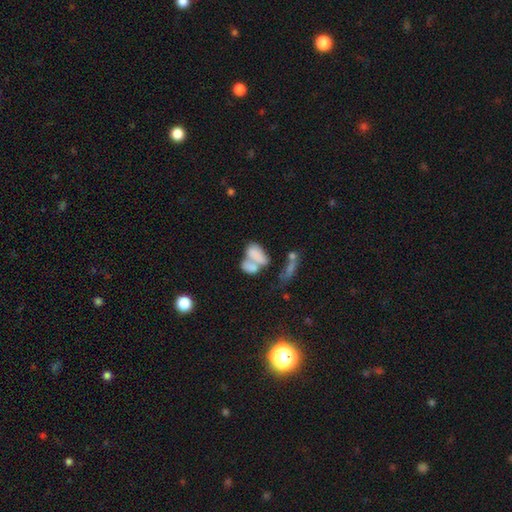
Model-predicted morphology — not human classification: This appears to be a smooth galaxy with no disk features (68%) that is in between round and cigar-shaped (87%). Merging: merger (66%).